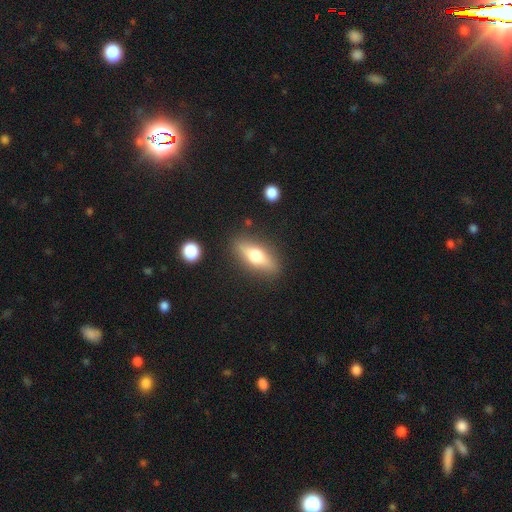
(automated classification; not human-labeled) smooth 55%, featured or disk 38%, star or artifact 7%. Down the decision tree: how rounded — in between (57%); merging — none (86%).